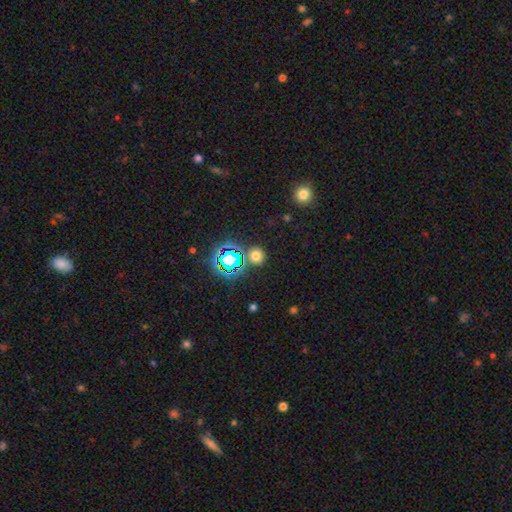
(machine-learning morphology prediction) smooth 64%, star or artifact 30%, featured or disk 6%. Down the decision tree: how rounded — round (89%); merging — none (84%).